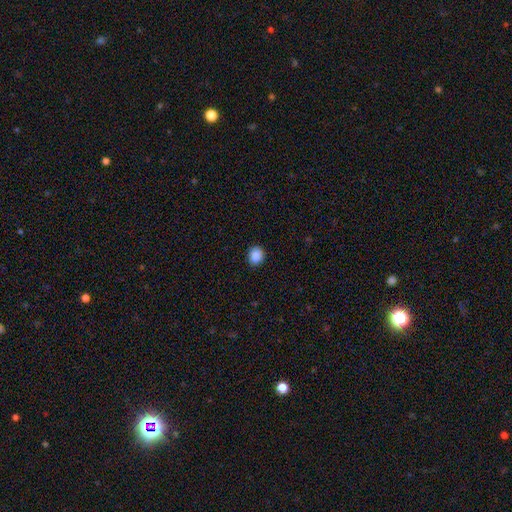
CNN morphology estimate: type=smooth (89%); roundness=round (65%); merging=none (90%).